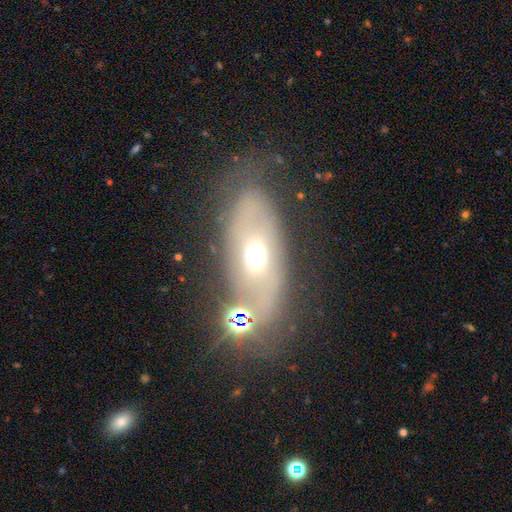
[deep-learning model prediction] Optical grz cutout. It shows a featured or disk galaxy (46%). Merging: none (60%).